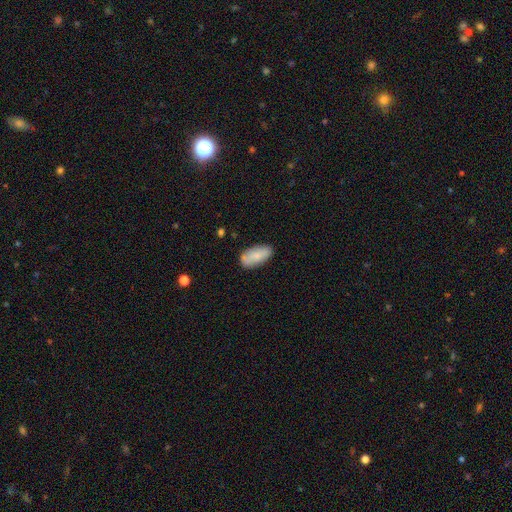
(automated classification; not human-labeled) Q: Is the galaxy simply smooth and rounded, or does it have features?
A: smooth — 81%.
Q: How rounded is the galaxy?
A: in between — 92%.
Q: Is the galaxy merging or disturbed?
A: none — 75%.